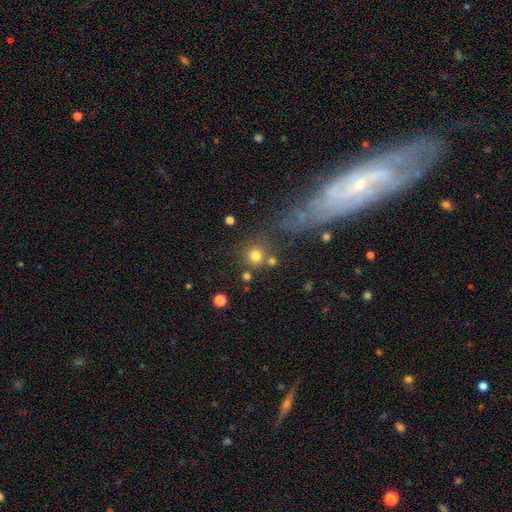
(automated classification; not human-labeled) This appears to be a smooth galaxy with no disk features (77%) that is round (92%). Merging: none (70%).